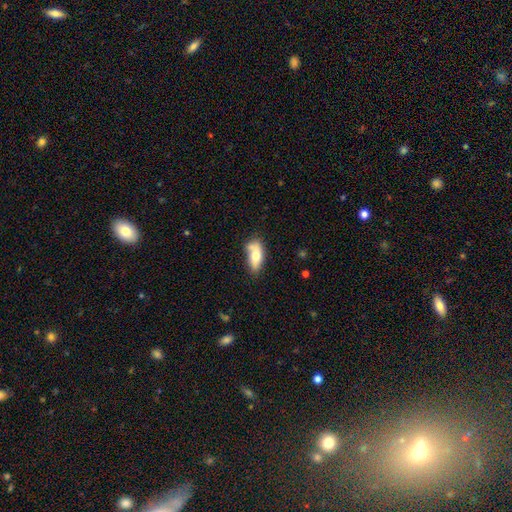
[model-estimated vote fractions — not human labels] smooth 68%, featured or disk 25%, star or artifact 7%. Down the decision tree: how rounded — in between (82%); merging — none (53%).